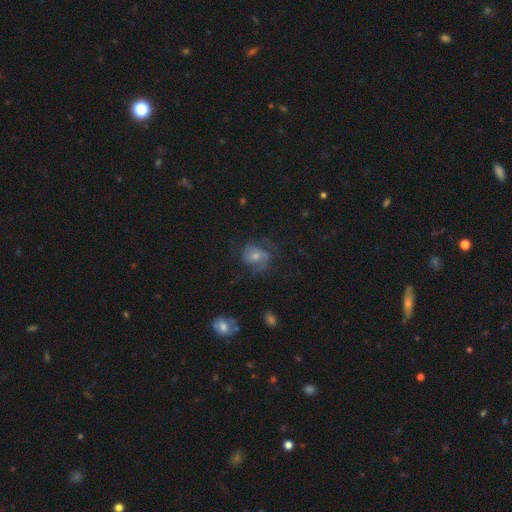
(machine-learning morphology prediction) featured or disk 71%, smooth 20%, star or artifact 9%. Down the decision tree: edge-on disk — no (98%); bar — no (50%); spiral arms — yes (91%); spiral arm count — 2 (59%); spiral winding — medium (50%); bulge size — small (47%); merging — none (53%).